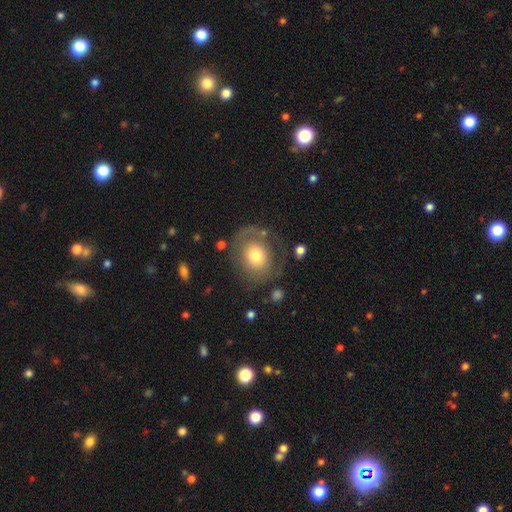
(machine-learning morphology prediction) smooth 52%, featured or disk 40%, star or artifact 8%. Down the decision tree: how rounded — round (75%); merging — none (63%).